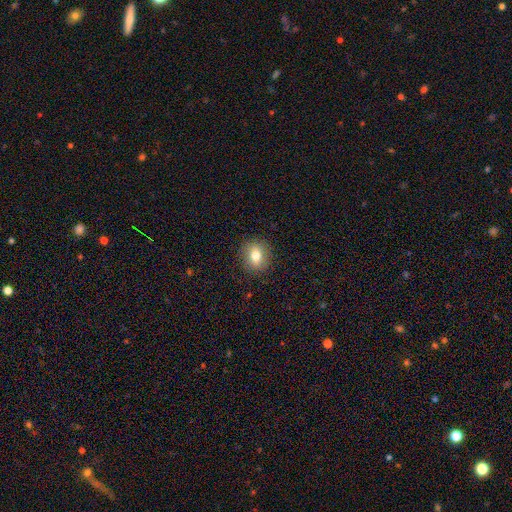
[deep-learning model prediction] The model was most divided on "how rounded": round: 70%, in between: 29%, cigar-shaped: 1%. More confident: merging — none (89%); smooth or featured — smooth (76%).